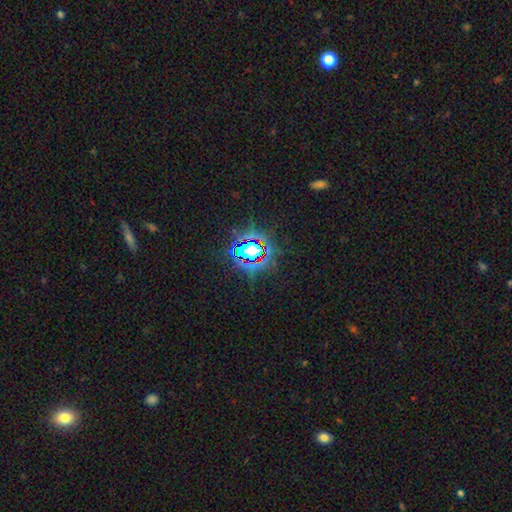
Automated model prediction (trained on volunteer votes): This appears to be a star or artifact, not a galaxy (71%).